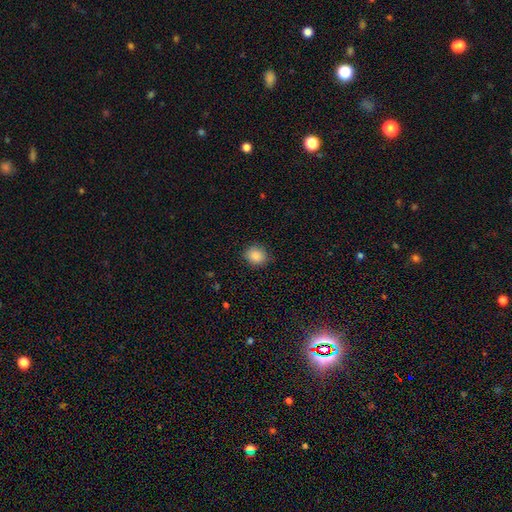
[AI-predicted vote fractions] A smooth galaxy with no disk features (88%) that is round (73%).

Vote fractions:
- Smooth or featured? smooth: 88% / star or artifact: 9% / featured or disk: 4%
- How rounded? round: 73% / in between: 26% / cigar-shaped: 1%
- Merging? none: 87% / minor disturbance: 10% / major disturbance: 3% / merger: 1%